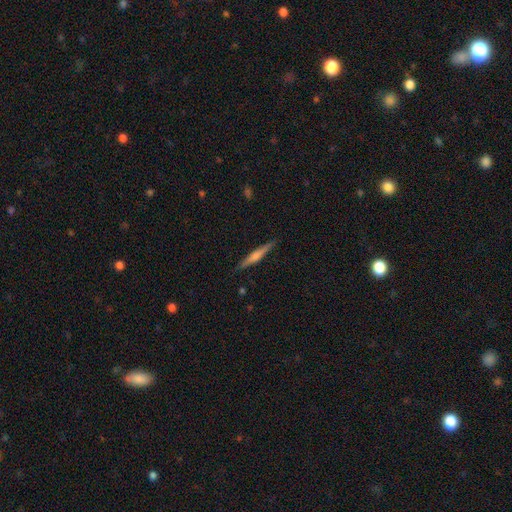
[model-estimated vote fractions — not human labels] Smooth or featured? featured or disk (63%)
Edge-on disk? yes (98%)
Edge-on bulge? rounded (63%)
Merging? none (90%)